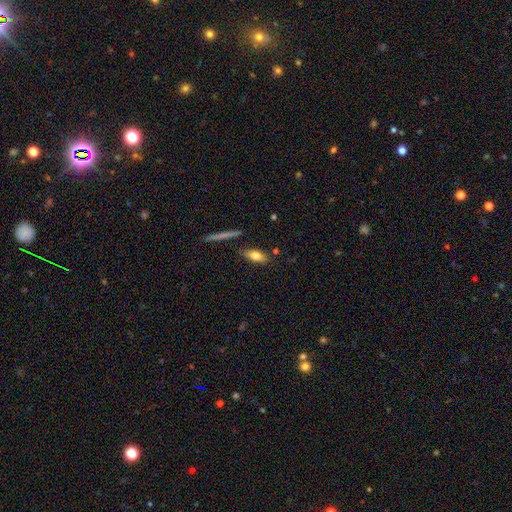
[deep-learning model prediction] Smooth or featured: smooth — 72% (featured or disk — 21%)
How rounded: in between — 68% (cigar-shaped — 28%)
Merging: none — 79% (minor disturbance — 13%)